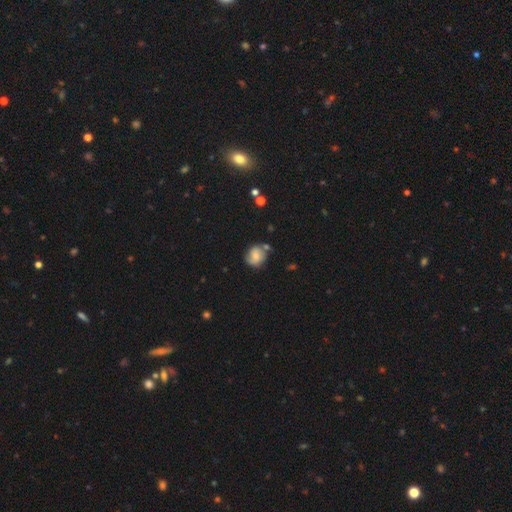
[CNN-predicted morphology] Overall: smooth (55%; featured or disk 36%). How rounded: round (73%). Merging: none (61%; minor disturbance 22%).